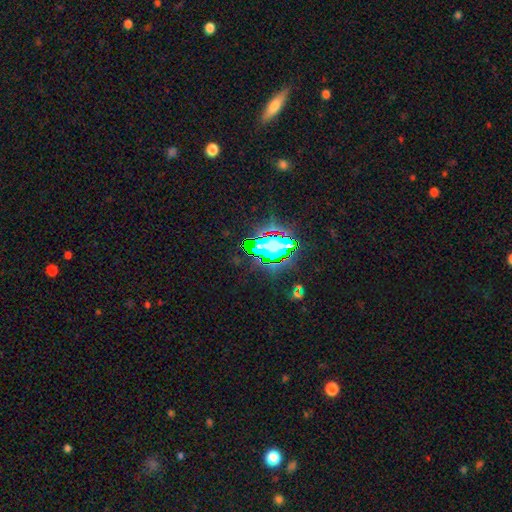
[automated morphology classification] Smooth or featured? Predicted: star or artifact (p=0.77).